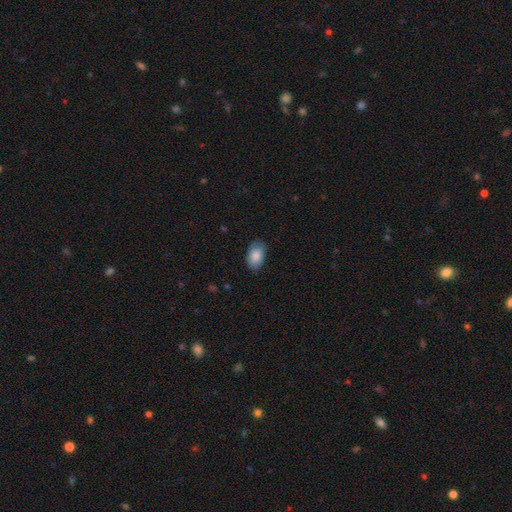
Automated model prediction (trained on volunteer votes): Q: Smooth or featured?
A: smooth (84%); runner-up: featured or disk (10%)
Q: How rounded?
A: in between (90%); runner-up: round (9%)
Q: Merging?
A: none (73%); runner-up: minor disturbance (22%)